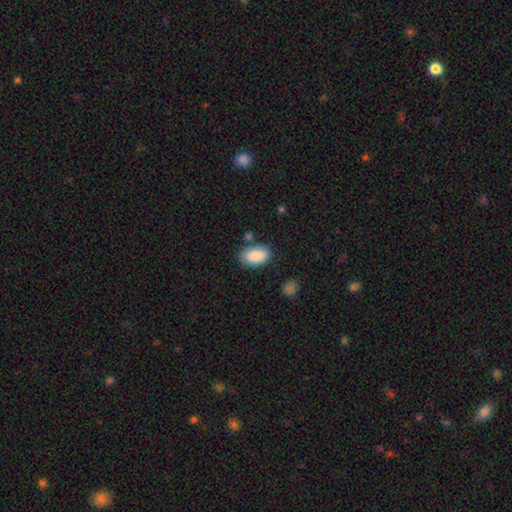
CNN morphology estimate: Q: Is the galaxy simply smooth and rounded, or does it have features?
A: smooth — 89%.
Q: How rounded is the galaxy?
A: in between — 94%.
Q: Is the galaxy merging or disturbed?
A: none — 77%.